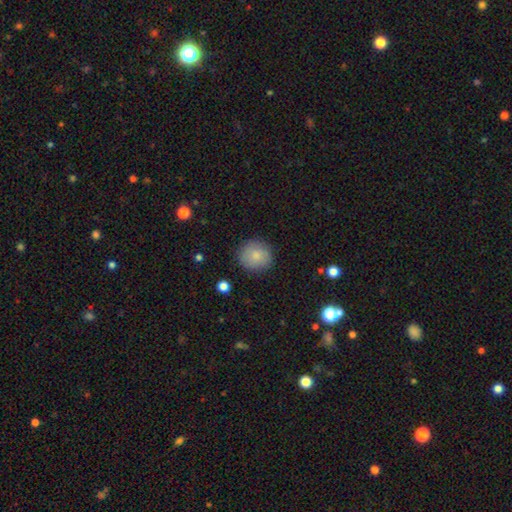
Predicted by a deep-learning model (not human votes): Morphology: type=smooth (83%); roundness=round (87%); merging=none (87%).